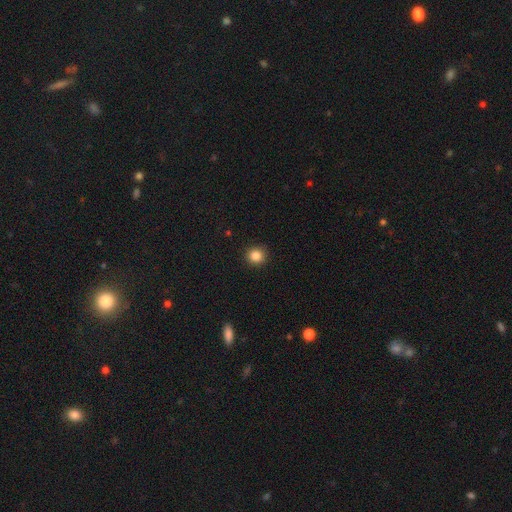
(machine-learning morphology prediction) This is clearly a smooth galaxy (85%). How rounded: clearly round (92%). Merging: clearly none (92%).